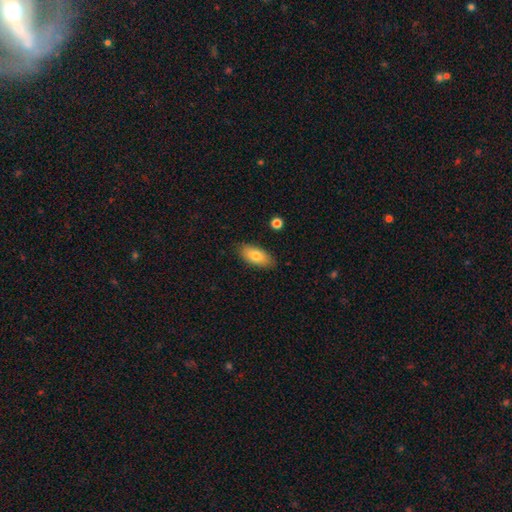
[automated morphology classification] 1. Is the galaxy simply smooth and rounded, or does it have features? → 79% smooth, 14% featured or disk, 7% star or artifact.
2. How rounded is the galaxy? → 88% in between, 10% cigar-shaped, 3% round.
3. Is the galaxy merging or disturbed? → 85% none, 11% minor disturbance, 2% major disturbance, 1% merger.